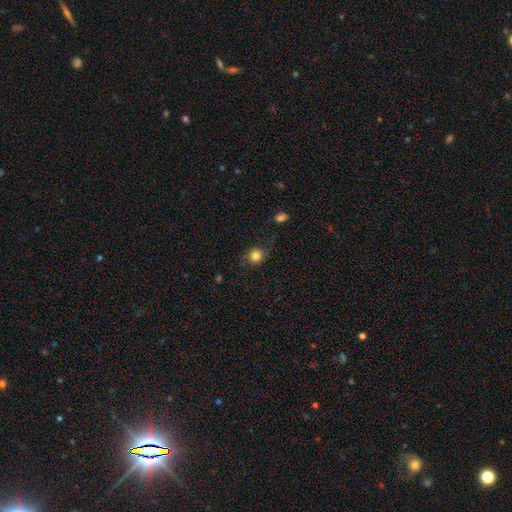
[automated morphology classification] Q: Smooth or featured?
A: smooth (74%); runner-up: featured or disk (16%)
Q: How rounded?
A: round (78%); runner-up: in between (21%)
Q: Merging?
A: none (61%); runner-up: minor disturbance (23%)